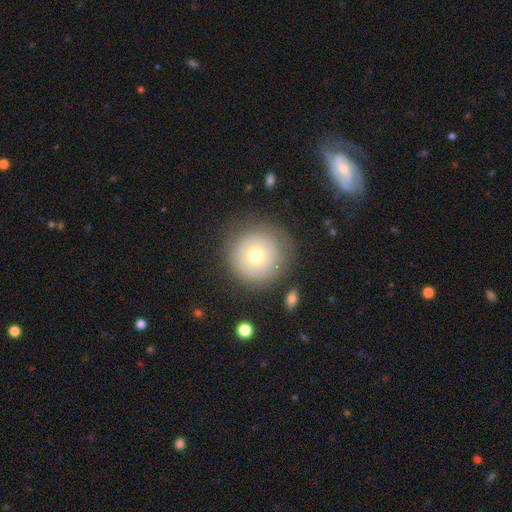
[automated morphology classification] This appears to be a smooth galaxy with no disk features (68%) that is round (95%). Merging: none (79%).